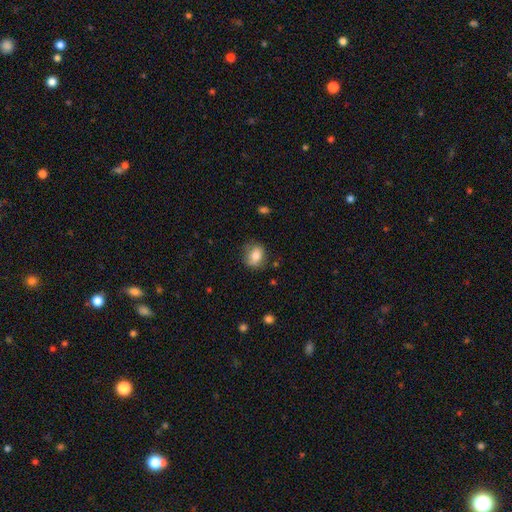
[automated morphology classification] Smooth or featured? smooth (76%)
How rounded? round (52%)
Merging? none (70%)